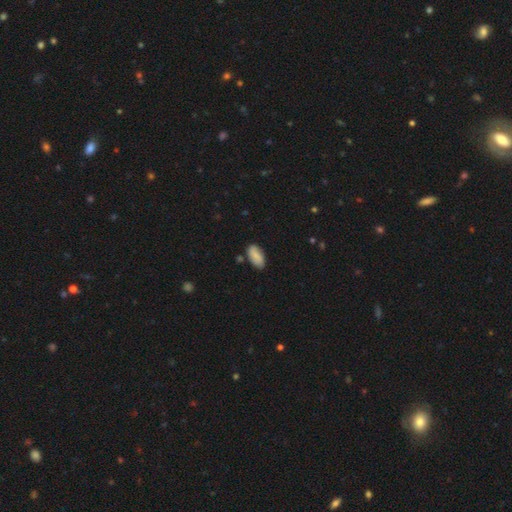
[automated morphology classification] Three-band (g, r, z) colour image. It shows a smooth galaxy with no disk features (82%) that is in between round and cigar-shaped (92%). Merging: none (80%).